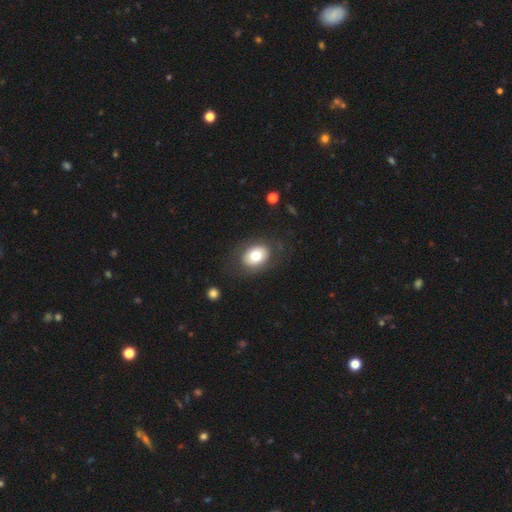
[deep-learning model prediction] smooth_or_featured: smooth (p=0.69) [alt: featured or disk p=0.24]
how_rounded: in between (p=0.70) [alt: round p=0.29]
merging: none (p=0.79) [alt: minor disturbance p=0.13]